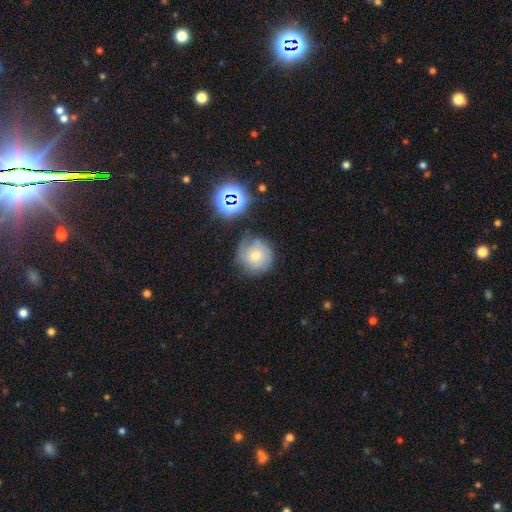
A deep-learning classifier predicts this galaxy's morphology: smooth_or_featured: smooth (p=0.59) [alt: featured or disk p=0.27]
how_rounded: round (p=0.93) [alt: in between p=0.06]
merging: none (p=0.67) [alt: minor disturbance p=0.21]